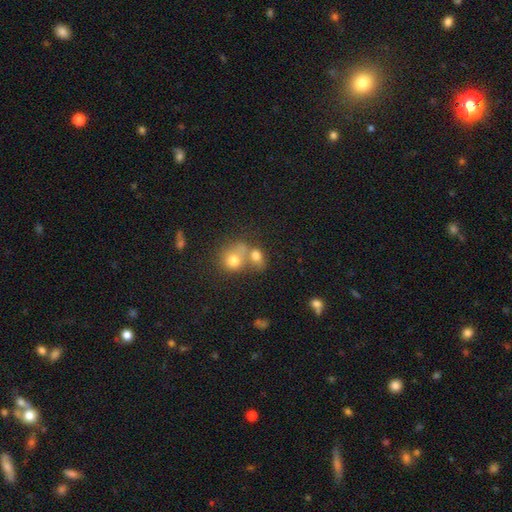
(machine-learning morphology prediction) smooth 74%, featured or disk 14%, star or artifact 12%. Down the decision tree: how rounded — in between (58%); merging — merger (56%).